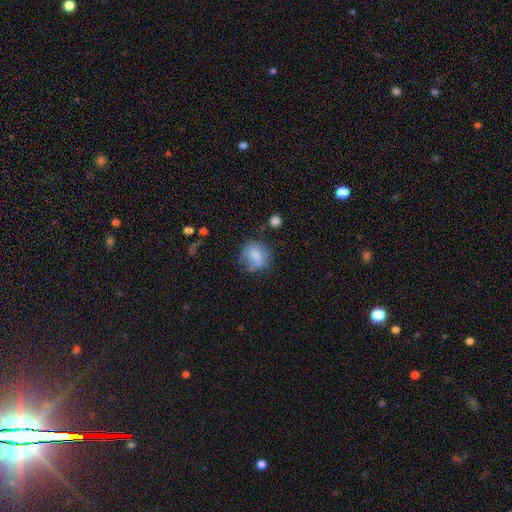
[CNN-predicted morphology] Smooth or featured: smooth — 75% (featured or disk — 17%)
How rounded: round — 68% (in between — 31%)
Merging: none — 64% (minor disturbance — 24%)